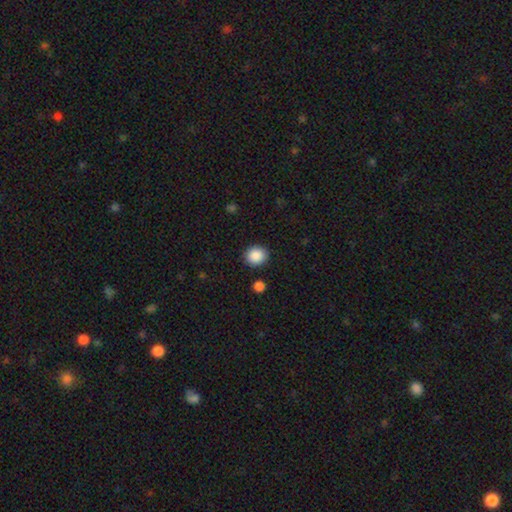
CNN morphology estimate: smooth_or_featured: smooth (p=0.89) [alt: star or artifact p=0.08]
how_rounded: round (p=0.78) [alt: in between p=0.21]
merging: none (p=0.89) [alt: minor disturbance p=0.07]